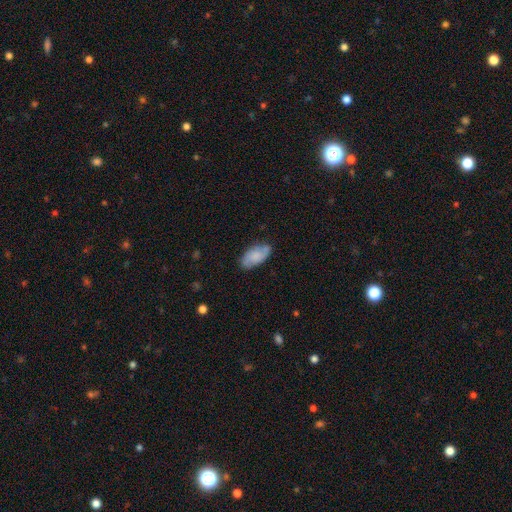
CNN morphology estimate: Smooth or featured: smooth — 53% (featured or disk — 40%)
How rounded: in between — 92% (cigar-shaped — 5%)
Merging: none — 75% (minor disturbance — 19%)